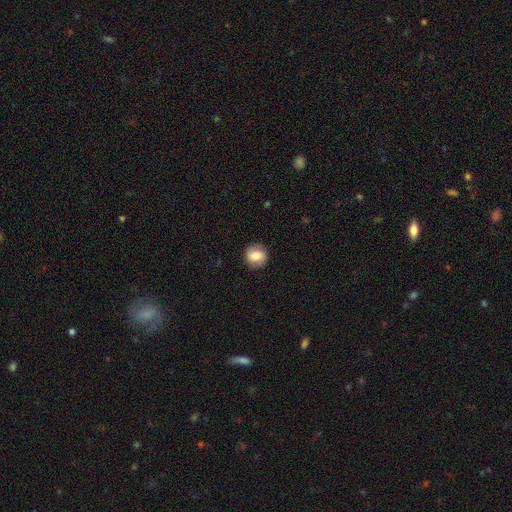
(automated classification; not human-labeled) smooth-or-featured: smooth: 67% | featured or disk: 24% | star or artifact: 9%
  how-rounded: round: 85% | in between: 14% | cigar-shaped: 1%
  merging: none: 86% | minor disturbance: 10% | major disturbance: 3% | merger: 1%